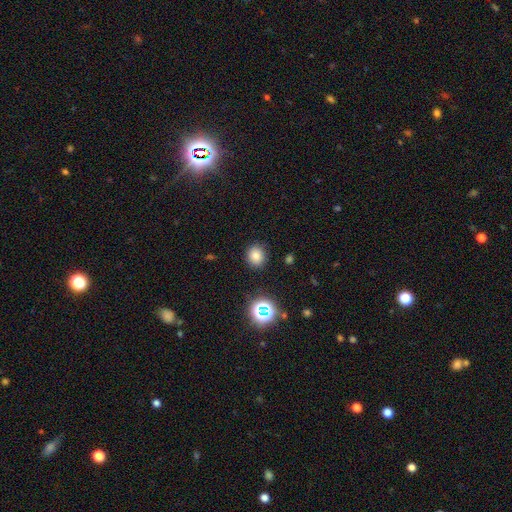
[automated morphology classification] Smooth or featured?
  - smooth: 77% *
  - star or artifact: 17%
  - featured or disk: 7%
How rounded?
  - round: 75% *
  - in between: 24%
  - cigar-shaped: 1%
Merging?
  - none: 88% *
  - minor disturbance: 8%
  - major disturbance: 3%
  - merger: 2%